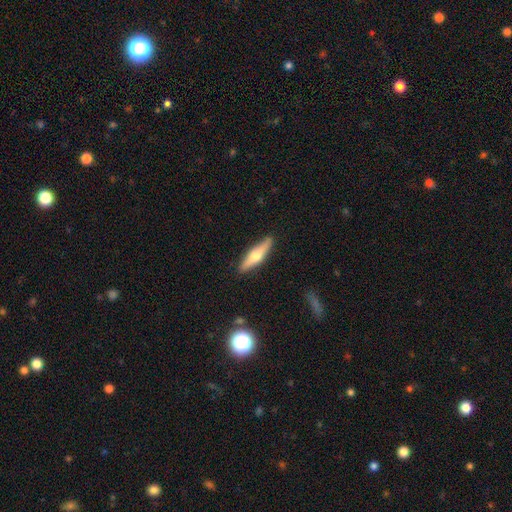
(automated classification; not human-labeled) Smooth or featured?
  - featured or disk: 51% *
  - smooth: 44%
  - star or artifact: 5%
Edge-on disk?
  - yes: 92% *
  - no: 8%
Merging?
  - none: 88% *
  - minor disturbance: 9%
  - major disturbance: 2%
  - merger: 1%